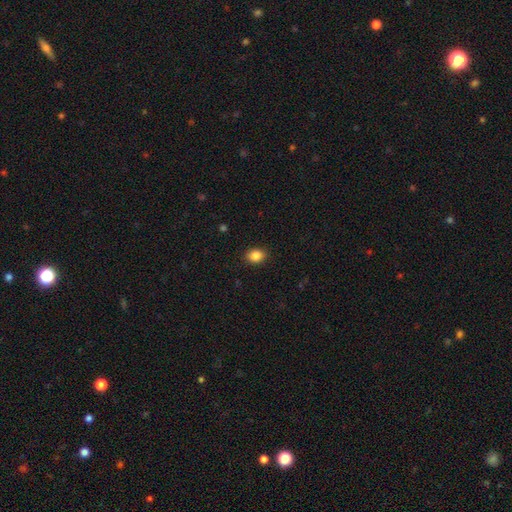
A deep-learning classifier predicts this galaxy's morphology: Smooth or featured: smooth — 86% (star or artifact — 9%)
How rounded: in between — 60% (round — 39%)
Merging: none — 90% (minor disturbance — 7%)